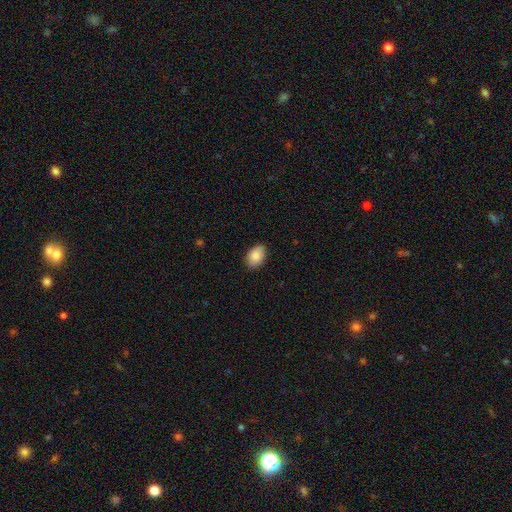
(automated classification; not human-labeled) Smooth or featured: smooth — 89% (star or artifact — 7%)
How rounded: in between — 87% (round — 12%)
Merging: none — 87% (minor disturbance — 10%)